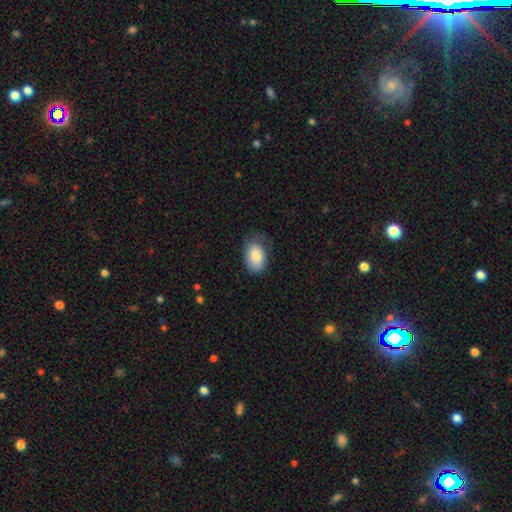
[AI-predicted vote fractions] Smooth or featured: smooth — 82% (featured or disk — 11%)
How rounded: in between — 88% (round — 11%)
Merging: none — 58% (minor disturbance — 30%)